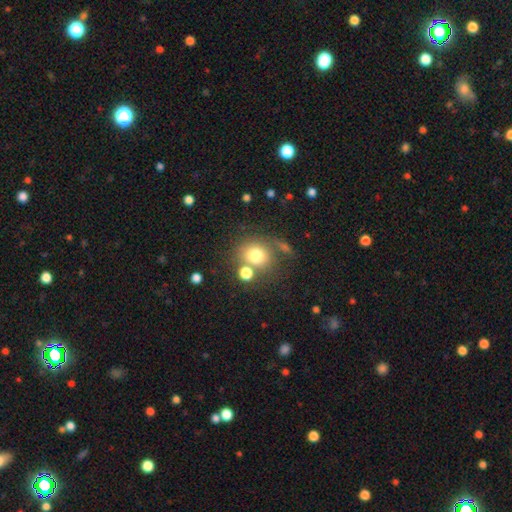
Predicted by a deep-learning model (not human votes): Smooth or featured? smooth (74%)
How rounded? round (83%)
Merging? none (62%)